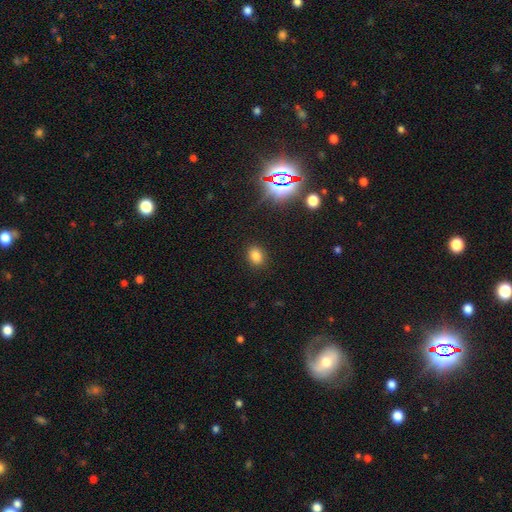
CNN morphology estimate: Q: Smooth or featured?
A: smooth (77%); runner-up: star or artifact (17%)
Q: How rounded?
A: round (50%); runner-up: in between (49%)
Q: Merging?
A: none (89%); runner-up: minor disturbance (7%)